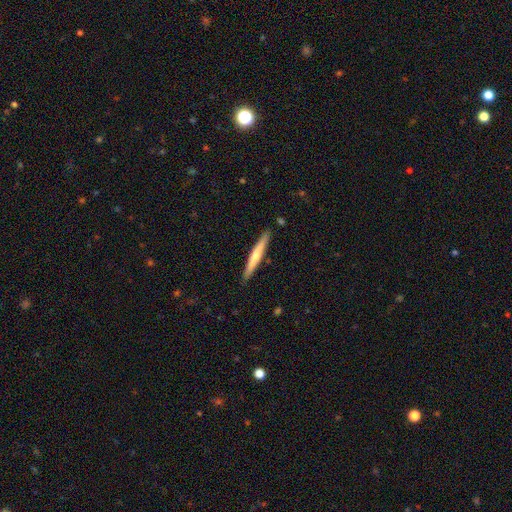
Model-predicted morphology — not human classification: smooth_or_featured: smooth (p=0.50) [alt: featured or disk p=0.46]
merging: none (p=0.89) [alt: minor disturbance p=0.08]